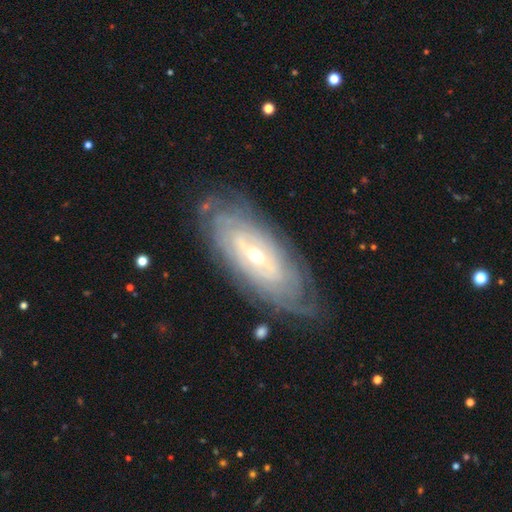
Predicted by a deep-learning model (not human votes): The model was most divided on "bulge size": moderate: 50%, small: 45%, large: 3%, dominant: 1%, none: 1%. More confident: edge-on disk — no (88%); spiral arms — yes (85%); smooth or featured — featured or disk (83%); spiral winding — tight (82%); merging — none (78%); spiral arm count — can't tell (60%); bar — no (54%).